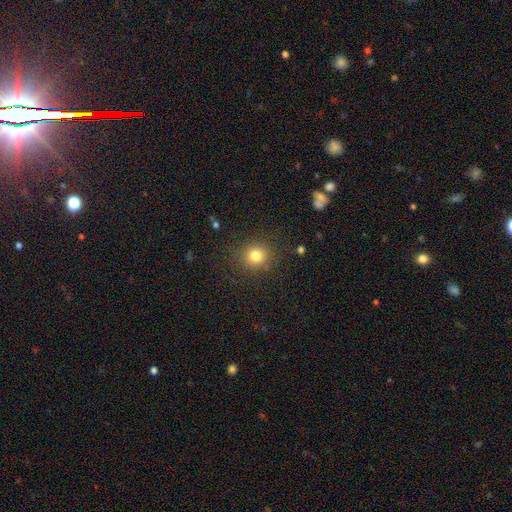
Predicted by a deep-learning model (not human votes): Overall: smooth (80%). How rounded: round (87%). Merging: none (88%).